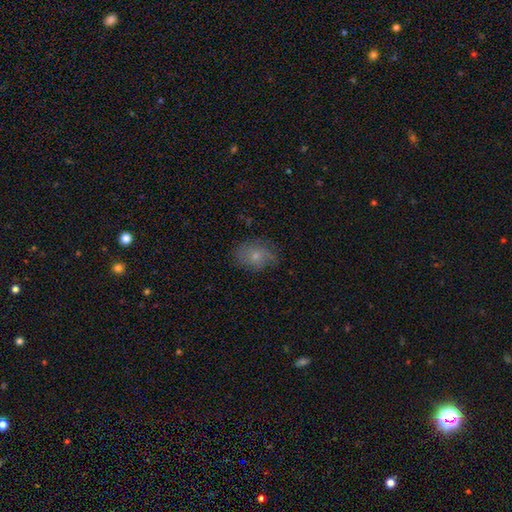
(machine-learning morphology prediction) Overall: smooth (67%). How rounded: in between (63%; round 36%). Merging: none (67%).